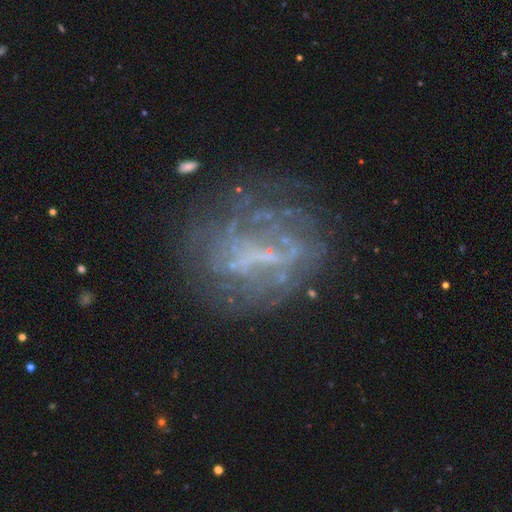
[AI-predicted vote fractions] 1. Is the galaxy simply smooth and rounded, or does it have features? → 69% featured or disk, 16% star or artifact, 15% smooth.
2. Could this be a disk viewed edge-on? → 96% no, 4% yes.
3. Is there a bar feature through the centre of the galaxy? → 42% no, 37% weak, 21% strong.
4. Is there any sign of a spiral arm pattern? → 59% no, 41% yes.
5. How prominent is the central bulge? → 49% none, 36% small, 13% moderate, 2% large, 1% dominant.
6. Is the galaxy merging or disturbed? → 60% none, 20% major disturbance, 17% minor disturbance, 3% merger.